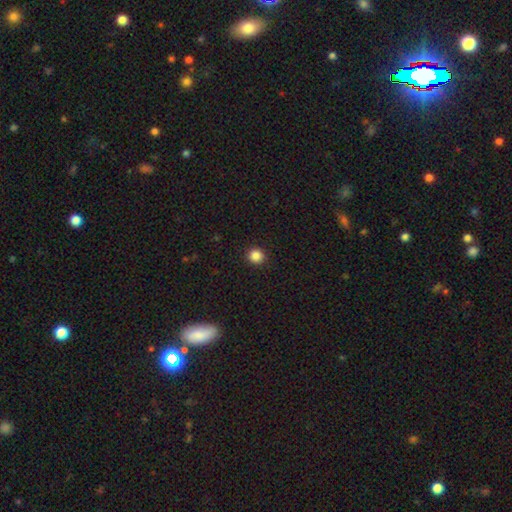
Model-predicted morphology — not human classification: A smooth galaxy with no disk features (86%) that is round (94%). Merging: none (93%).